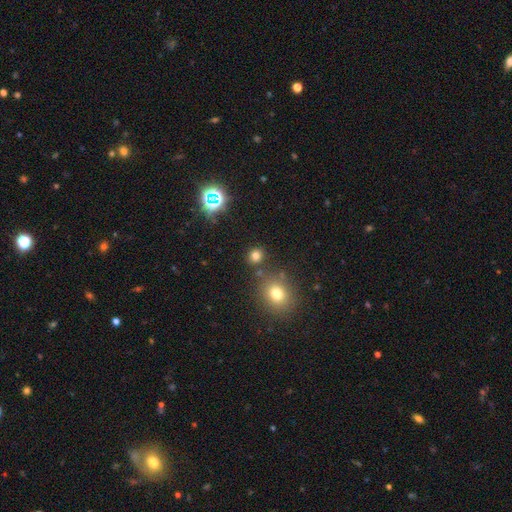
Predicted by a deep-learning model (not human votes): Smooth or featured?
  - smooth: 72% *
  - star or artifact: 22%
  - featured or disk: 6%
How rounded?
  - round: 78% *
  - in between: 21%
  - cigar-shaped: 1%
Merging?
  - none: 81% *
  - minor disturbance: 8%
  - merger: 7%
  - major disturbance: 3%